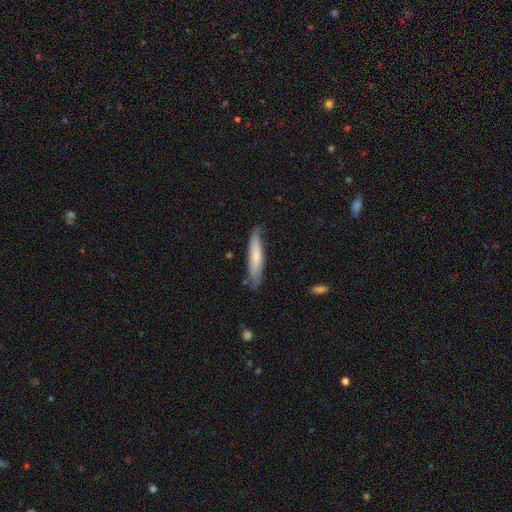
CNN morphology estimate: This appears to be a smooth galaxy with no disk features (66%) that is cigar-shaped (87%). Merging: none (71%).